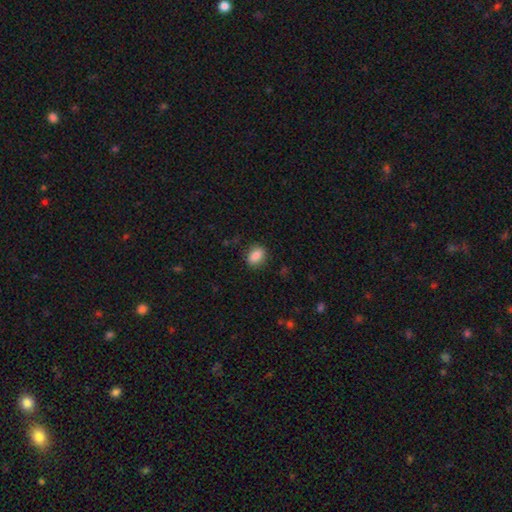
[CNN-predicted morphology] smooth-or-featured: smooth: 87% | star or artifact: 8% | featured or disk: 4%
  how-rounded: in between: 77% | round: 21% | cigar-shaped: 2%
  merging: none: 85% | minor disturbance: 11% | major disturbance: 3% | merger: 1%